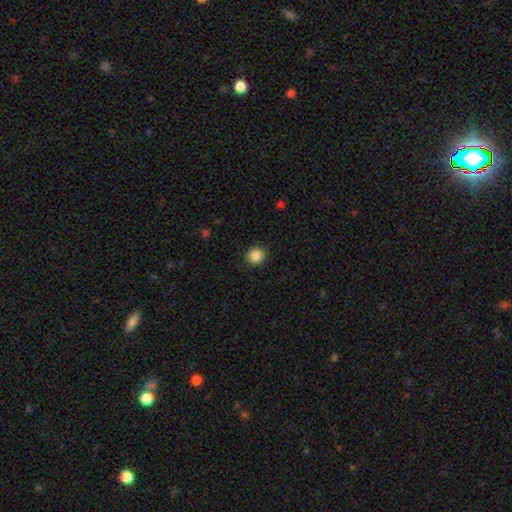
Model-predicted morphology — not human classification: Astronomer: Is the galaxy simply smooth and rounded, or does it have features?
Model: smooth — 87%.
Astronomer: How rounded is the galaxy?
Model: round — 90%.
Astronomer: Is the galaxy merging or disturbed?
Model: none — 90%.